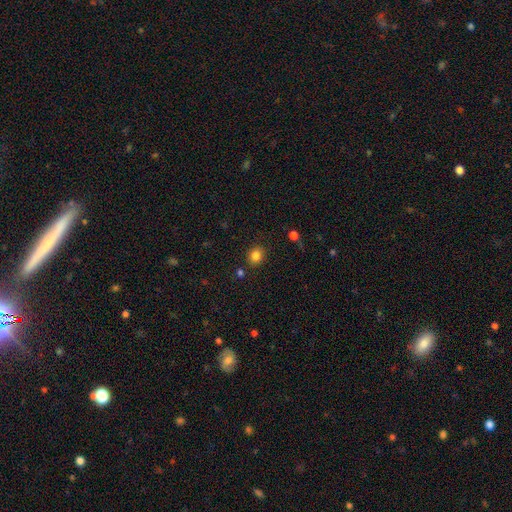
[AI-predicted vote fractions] A smooth galaxy with no disk features (83%) that is round (69%).

Vote fractions:
- Smooth or featured? smooth: 83% / star or artifact: 12% / featured or disk: 5%
- How rounded? round: 69% / in between: 30% / cigar-shaped: 1%
- Merging? none: 84% / minor disturbance: 9% / merger: 4% / major disturbance: 3%